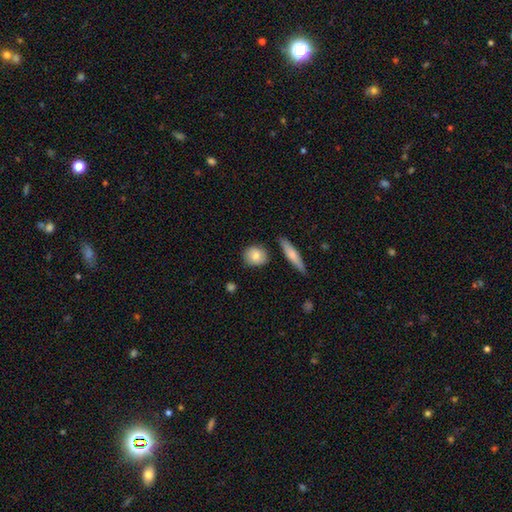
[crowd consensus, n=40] Overall: smooth (78%). How rounded: round (58%; in between 42%). Merging: none (78%).